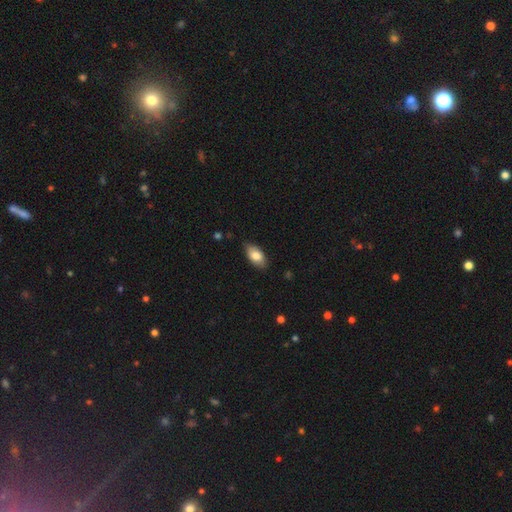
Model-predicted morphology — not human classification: Smooth or featured?
  - smooth: 81% *
  - featured or disk: 12%
  - star or artifact: 6%
How rounded?
  - in between: 93% *
  - round: 4%
  - cigar-shaped: 3%
Merging?
  - none: 84% *
  - minor disturbance: 13%
  - major disturbance: 2%
  - merger: 1%